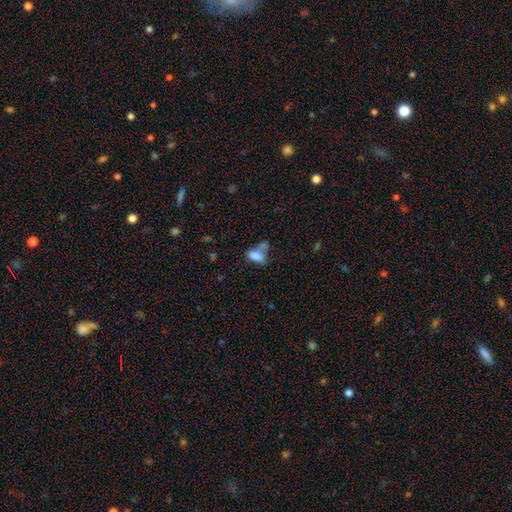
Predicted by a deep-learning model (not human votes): smooth-or-featured: smooth: 79% | featured or disk: 11% | star or artifact: 10%
  how-rounded: in between: 86% | round: 7% | cigar-shaped: 7%
  merging: none: 38% (tied) | merger: 38% (tied) | minor disturbance: 16% | major disturbance: 9%